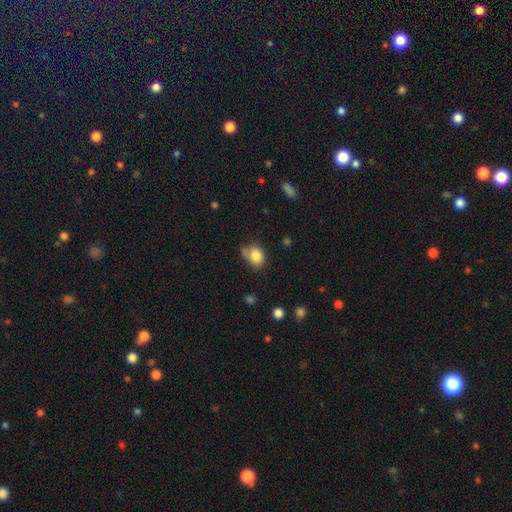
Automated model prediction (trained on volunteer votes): Q: Smooth or featured?
A: smooth (82%); runner-up: star or artifact (9%)
Q: How rounded?
A: in between (52%); runner-up: round (47%)
Q: Merging?
A: none (51%); runner-up: minor disturbance (30%)